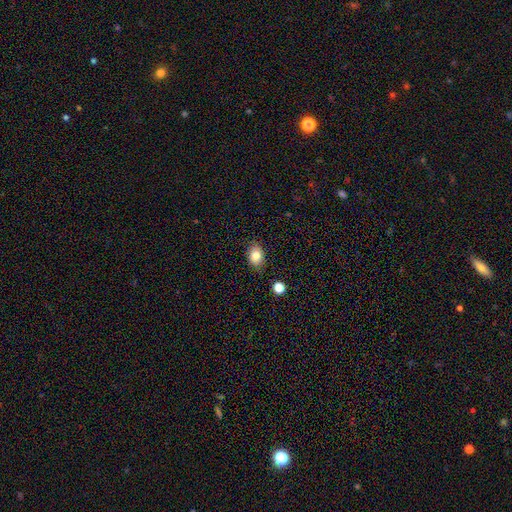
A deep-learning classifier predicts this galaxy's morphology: A smooth galaxy with no disk features (83%) that is in between round and cigar-shaped (72%).

Vote fractions:
- Smooth or featured? smooth: 83% / star or artifact: 9% / featured or disk: 8%
- How rounded? in between: 72% / round: 27% / cigar-shaped: 1%
- Merging? none: 83% / minor disturbance: 12% / major disturbance: 3% / merger: 2%